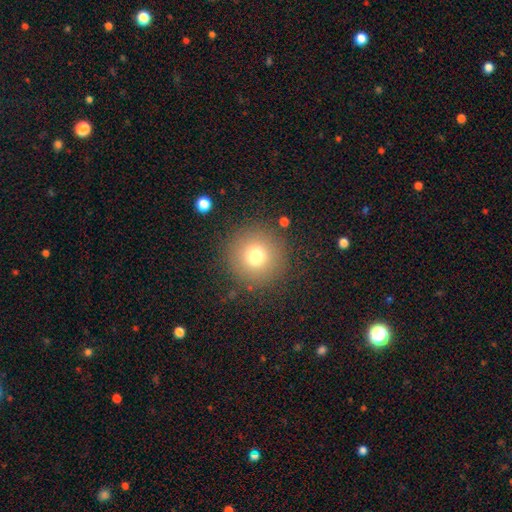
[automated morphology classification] smooth-or-featured: smooth: 75% | star or artifact: 14% | featured or disk: 11%
  how-rounded: round: 96% | in between: 3% | cigar-shaped: 1%
  merging: none: 87% | minor disturbance: 7% | major disturbance: 4% | merger: 2%